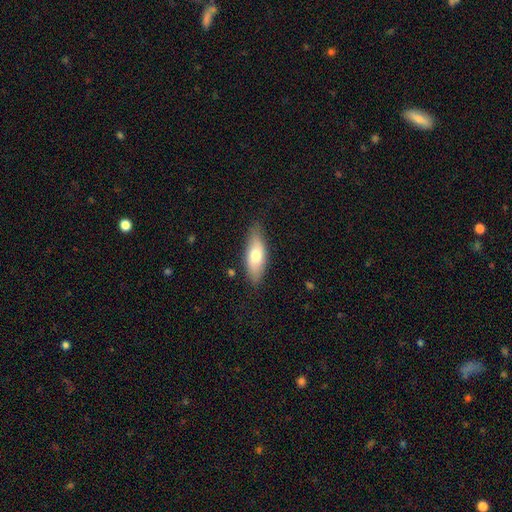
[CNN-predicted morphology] smooth-or-featured: smooth: 69% | featured or disk: 25% | star or artifact: 6%
  how-rounded: in between: 73% | cigar-shaped: 25% | round: 3%
  merging: none: 79% | minor disturbance: 17% | major disturbance: 3% | merger: 1%